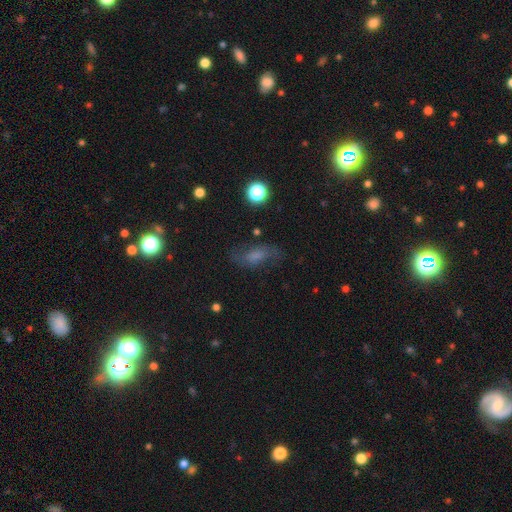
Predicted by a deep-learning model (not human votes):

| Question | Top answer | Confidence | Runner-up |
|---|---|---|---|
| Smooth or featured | smooth | 43% | featured or disk (40%) |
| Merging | none | 65% | minor disturbance (20%) |